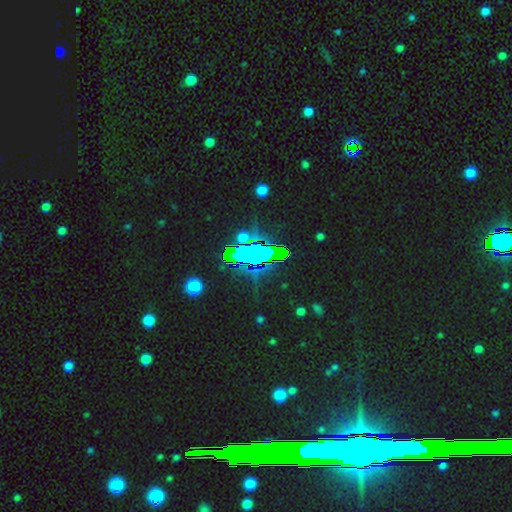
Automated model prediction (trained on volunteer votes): Morphology: type=star or artifact (69%).